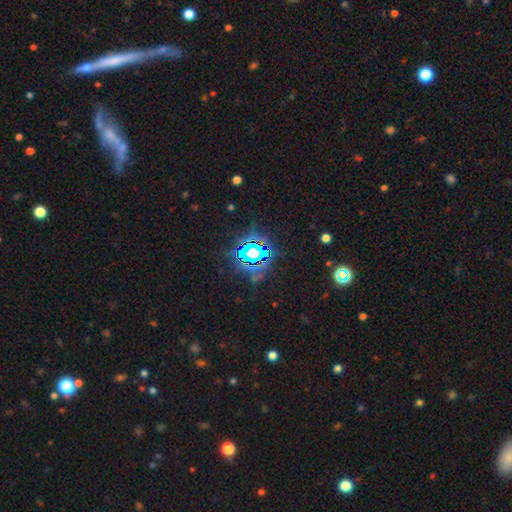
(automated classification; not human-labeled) A star or artifact, not a galaxy (81%).

Vote fractions:
- Smooth or featured? star or artifact: 81% / smooth: 11% / featured or disk: 8%